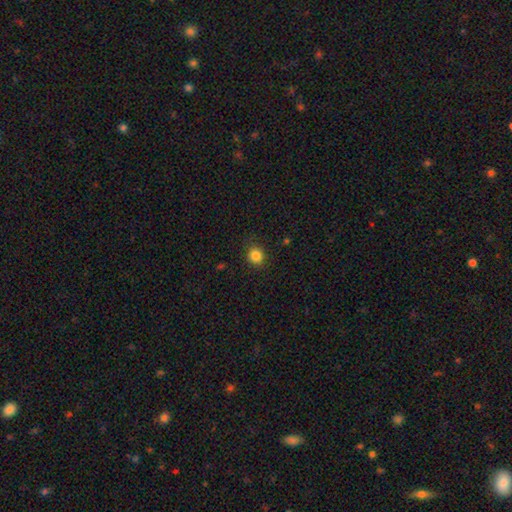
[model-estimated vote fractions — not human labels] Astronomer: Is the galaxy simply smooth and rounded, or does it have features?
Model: smooth — 84%.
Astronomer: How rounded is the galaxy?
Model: round — 82%.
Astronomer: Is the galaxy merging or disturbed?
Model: none — 88%.